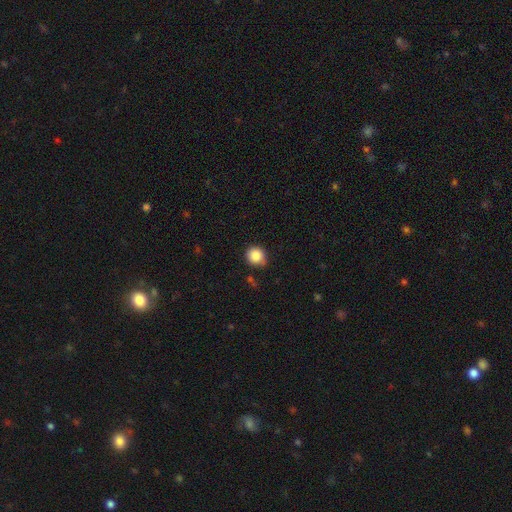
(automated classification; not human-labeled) A smooth galaxy with no disk features (87%) that is round (88%).

Vote fractions:
- Smooth or featured? smooth: 87% / star or artifact: 9% / featured or disk: 4%
- How rounded? round: 88% / in between: 11% / cigar-shaped: 1%
- Merging? none: 81% / minor disturbance: 14% / major disturbance: 3% / merger: 2%